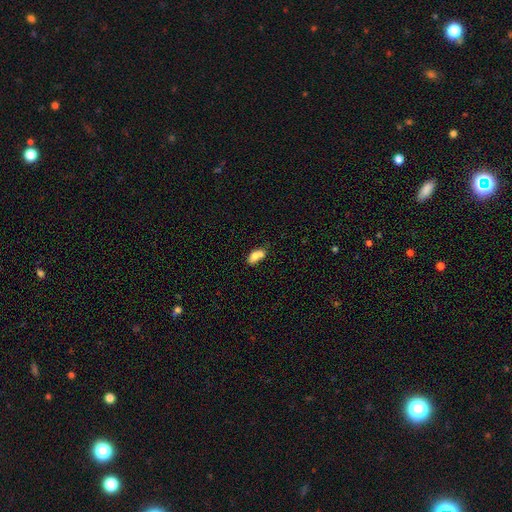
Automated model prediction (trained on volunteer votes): Smooth or featured: smooth — 71% (featured or disk — 19%)
How rounded: in between — 81% (round — 13%)
Merging: merger — 56% (none — 26%)